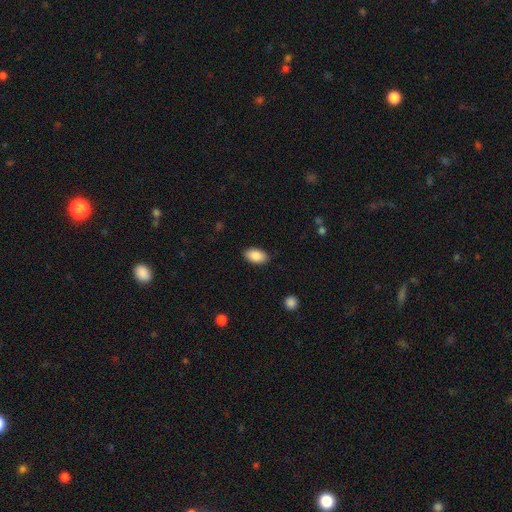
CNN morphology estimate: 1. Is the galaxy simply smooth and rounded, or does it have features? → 88% smooth, 7% star or artifact, 5% featured or disk.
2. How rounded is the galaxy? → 94% in between, 4% round, 2% cigar-shaped.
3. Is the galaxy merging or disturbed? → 87% none, 10% minor disturbance, 2% major disturbance, 1% merger.